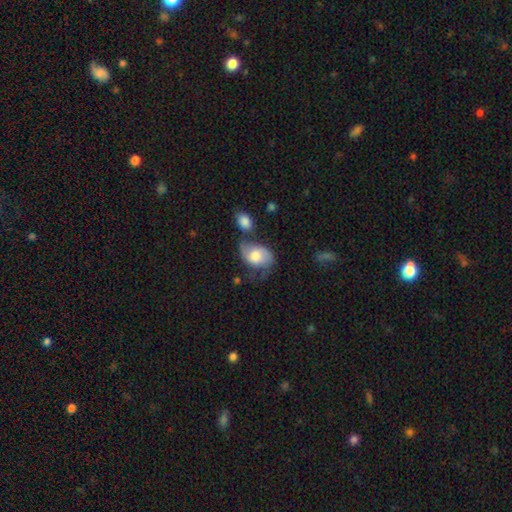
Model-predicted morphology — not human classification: smooth-or-featured: smooth: 53% | featured or disk: 40% | star or artifact: 7%
  how-rounded: in between: 83% | round: 16% | cigar-shaped: 1%
  merging: none: 35% | minor disturbance: 27% | merger: 20% | major disturbance: 18%